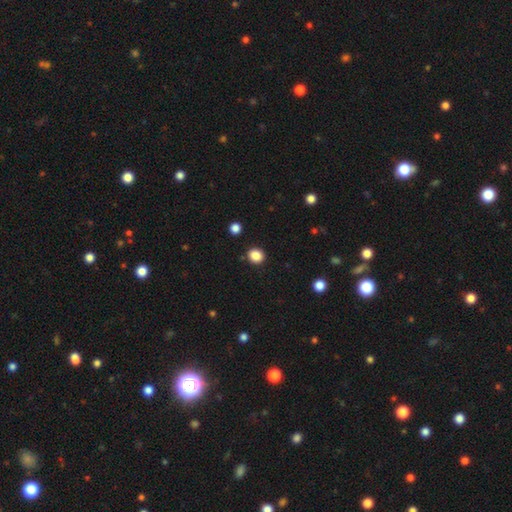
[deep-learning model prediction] This is clearly a smooth galaxy (87%). How rounded: likely round (79%). Merging: clearly none (89%).